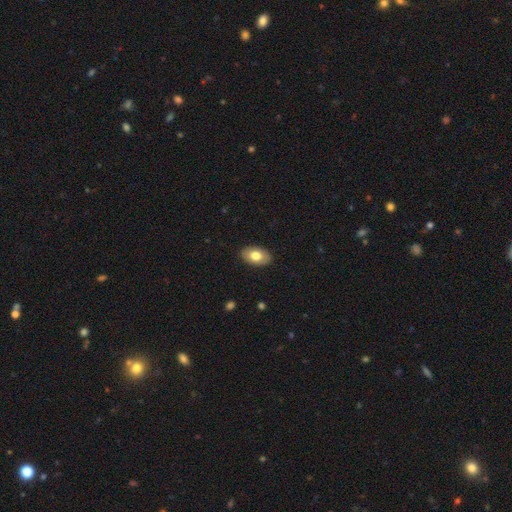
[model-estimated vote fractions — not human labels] smooth 77%, featured or disk 17%, star or artifact 7%. Down the decision tree: how rounded — in between (92%); merging — none (89%).